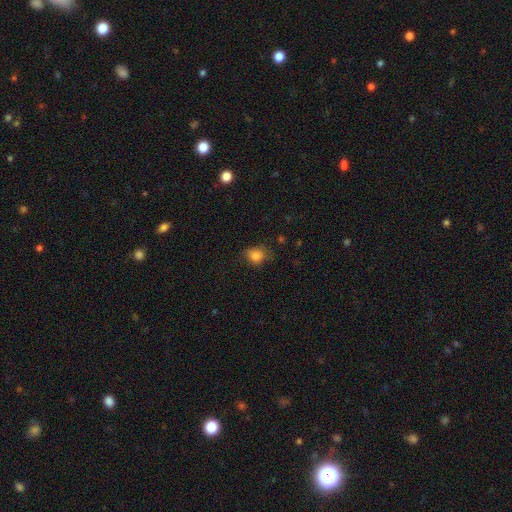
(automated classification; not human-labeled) Overall: smooth (83%). How rounded: round (67%; in between 32%). Merging: none (71%).